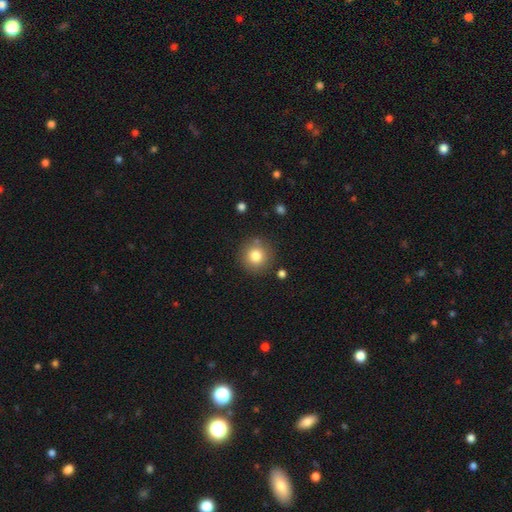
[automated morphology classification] smooth 80%, star or artifact 11%, featured or disk 9%. Down the decision tree: how rounded — round (94%); merging — none (85%).